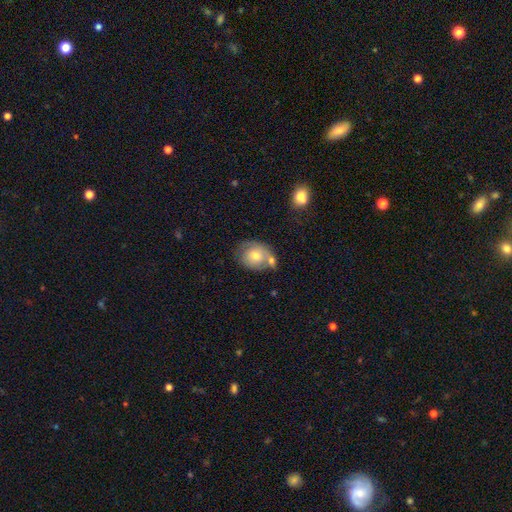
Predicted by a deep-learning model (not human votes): smooth_or_featured: smooth (p=0.67) [alt: featured or disk p=0.25]
how_rounded: round (p=0.62) [alt: in between p=0.37]
merging: none (p=0.42) [alt: merger p=0.32]